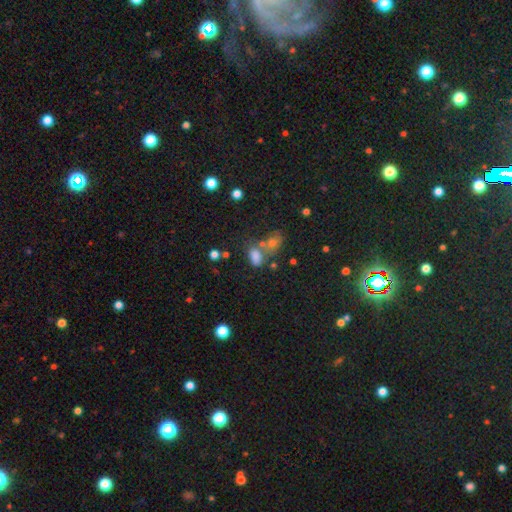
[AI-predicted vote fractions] Overall: smooth (76%). How rounded: in between (86%). Merging: none (44%; merger 33%).